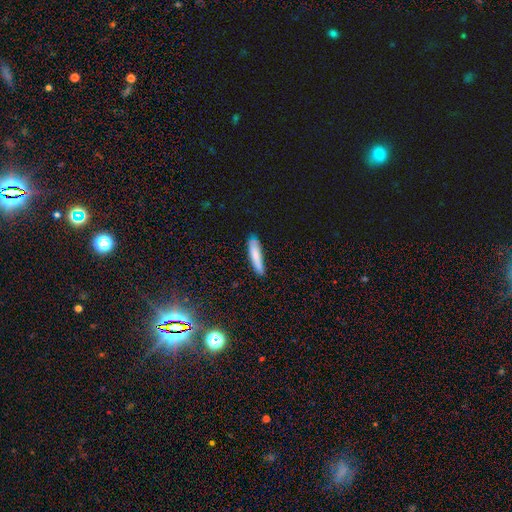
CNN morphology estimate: This appears to be a smooth galaxy with no disk features (78%) that is cigar-shaped (84%). Merging: none (80%).